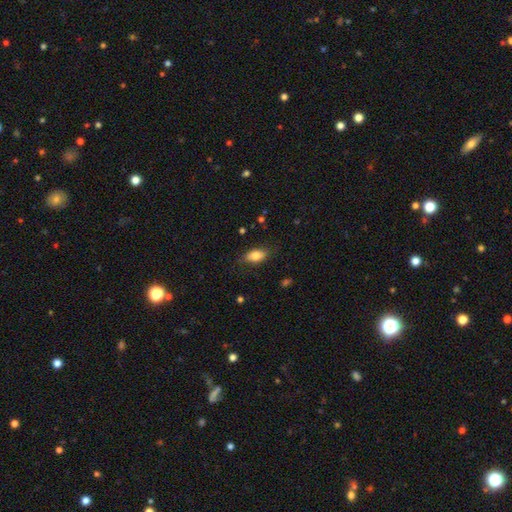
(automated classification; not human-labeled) smooth 78%, featured or disk 15%, star or artifact 8%. Down the decision tree: how rounded — in between (89%); merging — none (79%).